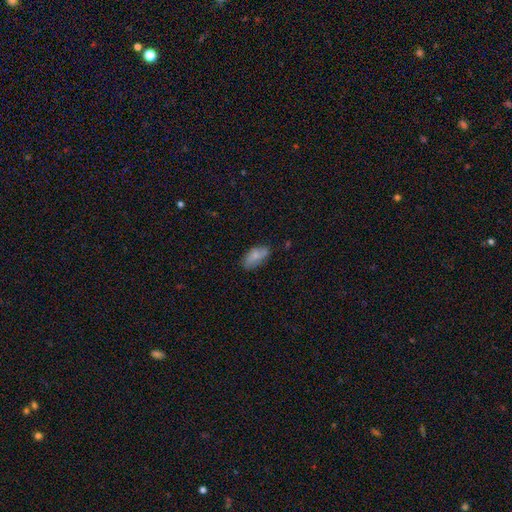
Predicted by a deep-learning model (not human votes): Overall: smooth (73%). How rounded: in between (91%). Merging: none (64%; minor disturbance 27%).